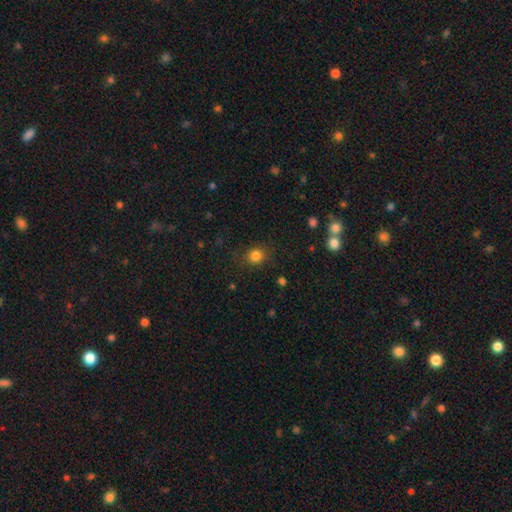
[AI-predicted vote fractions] Smooth or featured? Predicted: smooth (p=0.82). How rounded? Predicted: round (p=0.79). Merging? Predicted: none (p=0.84).